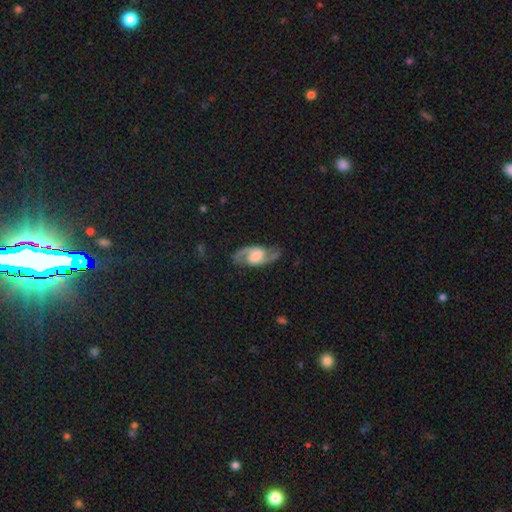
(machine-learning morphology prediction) featured or disk 86%, smooth 9%, star or artifact 5%. Down the decision tree: edge-on disk — no (96%); bar — weak (48%); spiral arms — yes (96%); spiral arm count — 2 (93%); spiral winding — medium (56%); bulge size — moderate (30%); merging — none (82%).